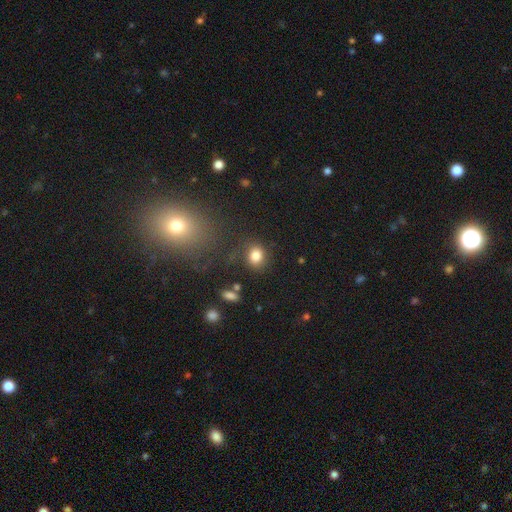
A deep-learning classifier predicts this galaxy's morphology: This is clearly a smooth galaxy (83%). How rounded: likely round (66%). Merging: likely none (76%).